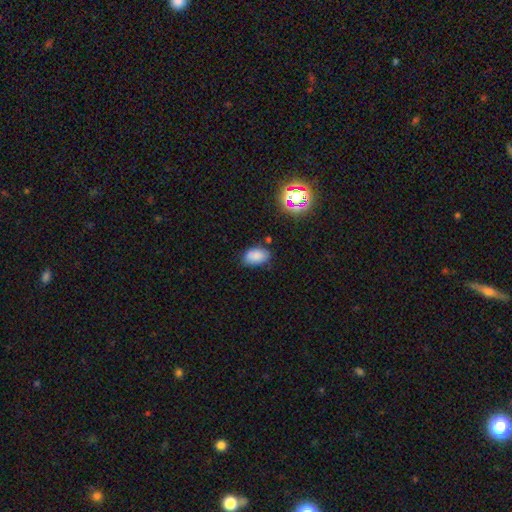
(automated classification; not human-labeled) The model was most divided on "merging": none: 73%, minor disturbance: 20%, major disturbance: 4%, merger: 3%. More confident: how rounded — in between (90%); smooth or featured — smooth (80%).